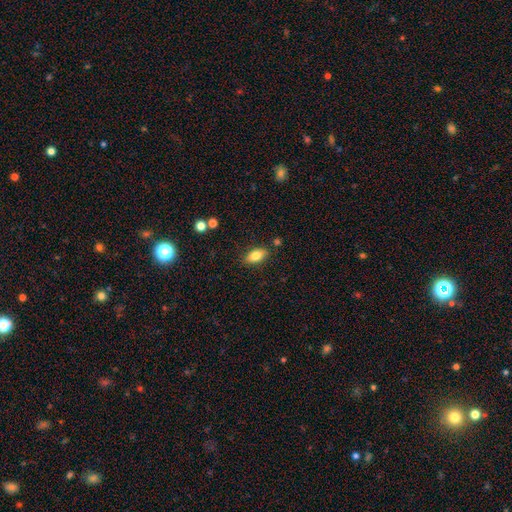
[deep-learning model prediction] This appears to be a smooth galaxy with no disk features (82%) that is in between round and cigar-shaped (90%). Merging: none (84%).